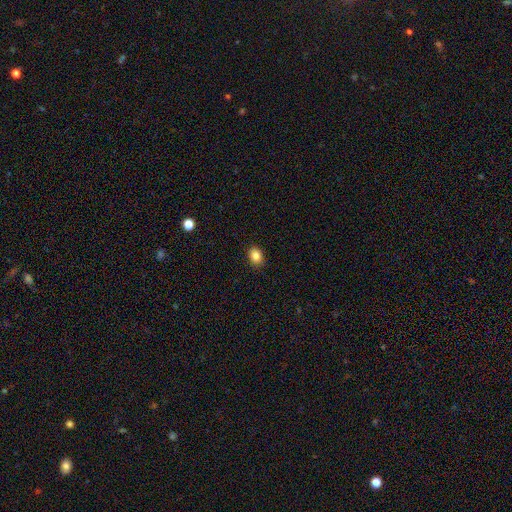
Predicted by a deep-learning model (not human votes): Morphology: type=smooth (85%); roundness=in between (56%); merging=none (89%).